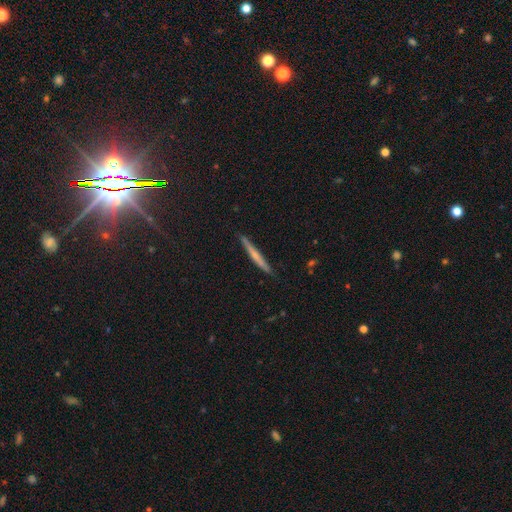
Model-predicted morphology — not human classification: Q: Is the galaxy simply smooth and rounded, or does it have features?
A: smooth — 49%.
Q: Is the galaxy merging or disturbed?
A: none — 89%.